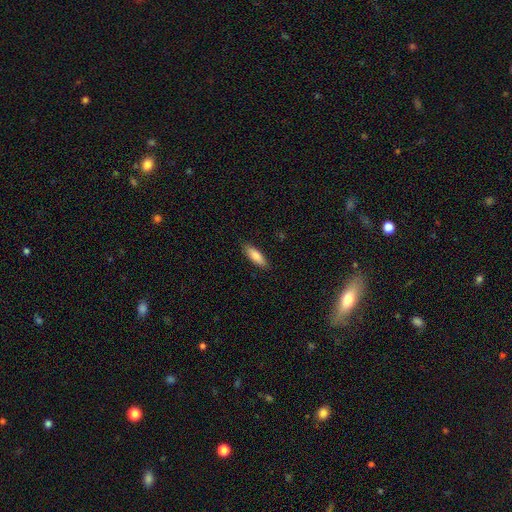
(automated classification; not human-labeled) Morphology: type=smooth (82%); roundness=in between (56%); merging=none (87%).